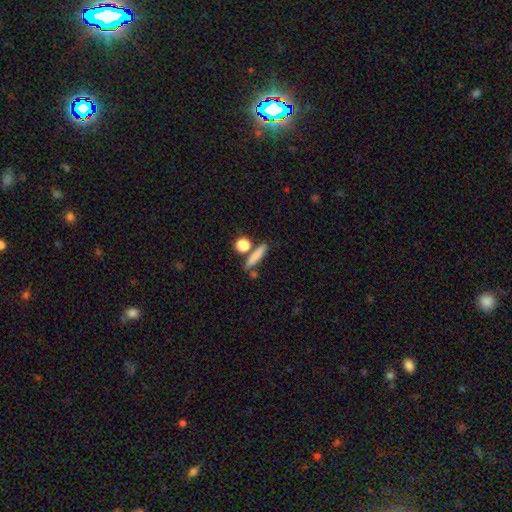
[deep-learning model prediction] A smooth galaxy with no disk features (79%) that is cigar-shaped (66%).

Vote fractions:
- Smooth or featured? smooth: 79% / featured or disk: 12% / star or artifact: 9%
- How rounded? cigar-shaped: 66% / in between: 17% / round: 17%
- Merging? none: 75% / merger: 12% / minor disturbance: 10% / major disturbance: 3%